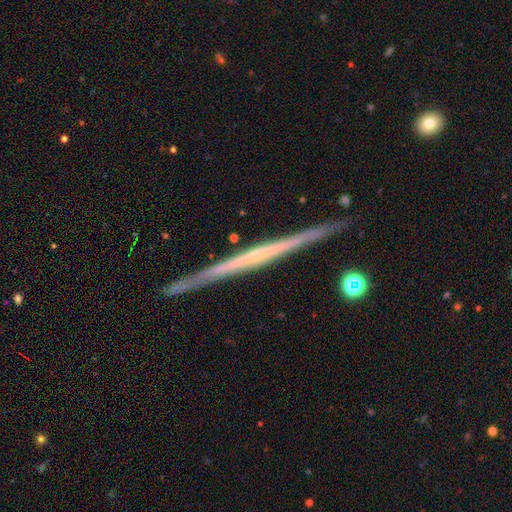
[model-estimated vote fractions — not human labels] Smooth or featured? Predicted: featured or disk (p=0.78). Edge-on disk? Predicted: yes (p=0.98). Edge-on bulge? Predicted: none (p=0.75). Merging? Predicted: none (p=0.90).